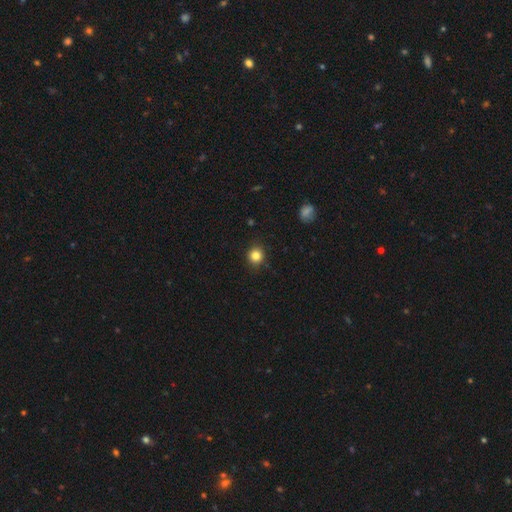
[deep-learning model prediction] A smooth galaxy with no disk features (84%) that is round (89%).

Vote fractions:
- Smooth or featured? smooth: 84% / star or artifact: 12% / featured or disk: 5%
- How rounded? round: 89% / in between: 10% / cigar-shaped: 1%
- Merging? none: 88% / minor disturbance: 9% / major disturbance: 2% / merger: 1%